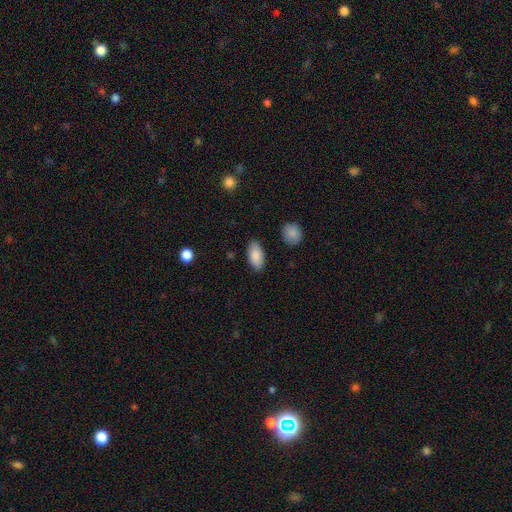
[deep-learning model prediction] This appears to be a smooth galaxy with no disk features (88%) that is in between round and cigar-shaped (93%). Merging: none (87%).